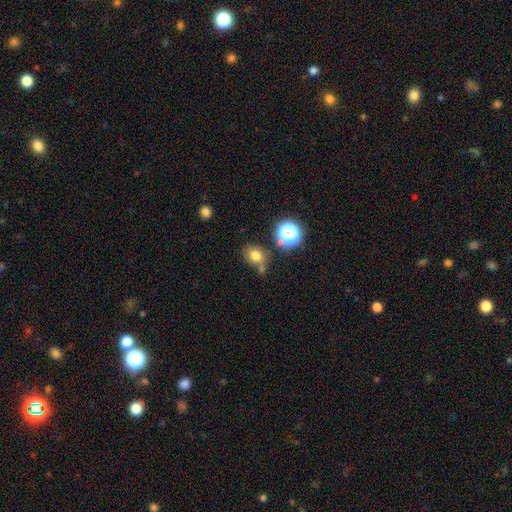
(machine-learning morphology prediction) A smooth galaxy with no disk features (75%) that is in between round and cigar-shaped (50%). Merging: none (62%).